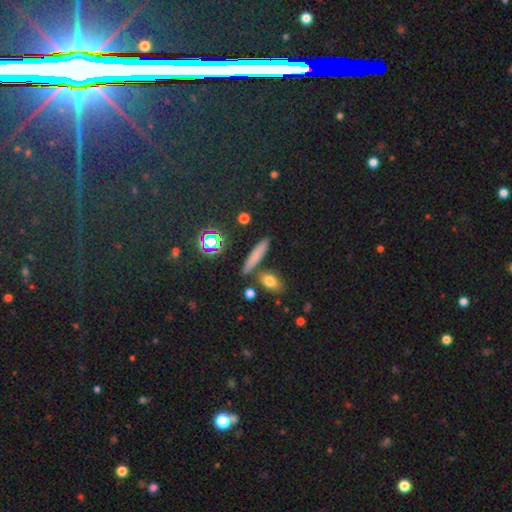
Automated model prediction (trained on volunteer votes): Overall: smooth (69%). How rounded: cigar-shaped (78%). Merging: none (82%).